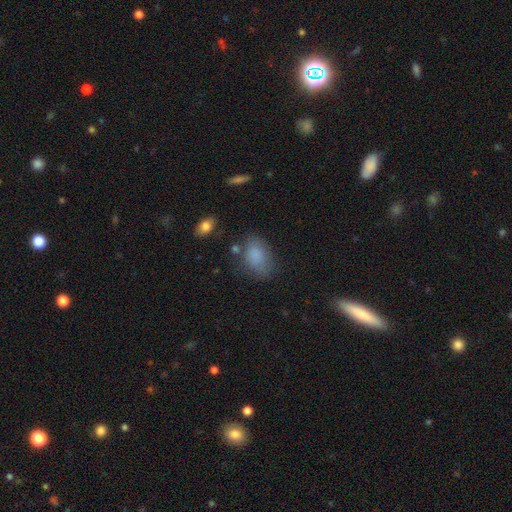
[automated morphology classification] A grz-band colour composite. It shows a smooth galaxy with no disk features (82%) that is in between round and cigar-shaped (85%). Merging: none (63%).